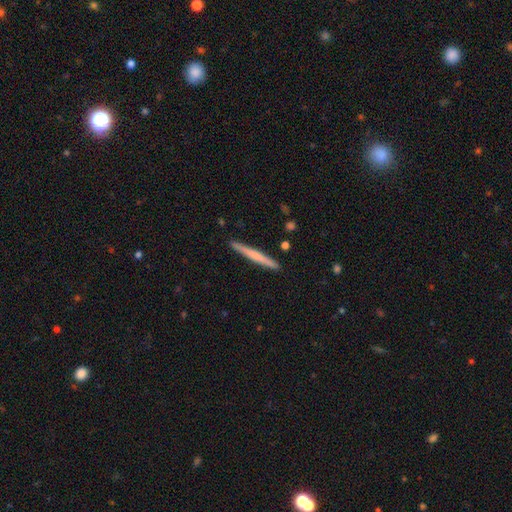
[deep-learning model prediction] Smooth or featured? Predicted: smooth (p=0.54). How rounded? Predicted: cigar-shaped (p=0.97). Merging? Predicted: none (p=0.91).